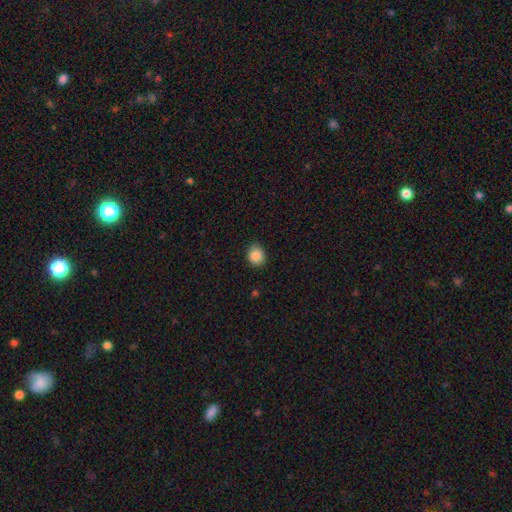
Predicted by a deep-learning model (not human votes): smooth 87%, star or artifact 9%, featured or disk 4%. Down the decision tree: how rounded — round (68%); merging — none (85%).